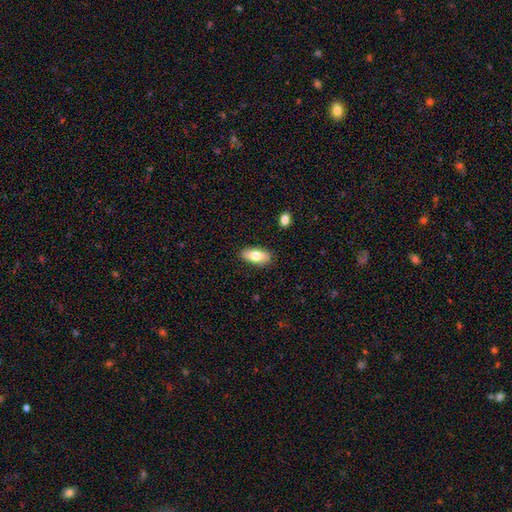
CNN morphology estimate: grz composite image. It shows a smooth galaxy with no disk features (76%) that is in between round and cigar-shaped (87%). Merging: none (87%).